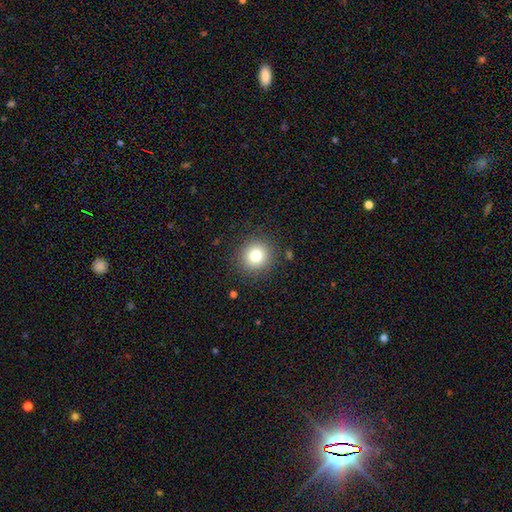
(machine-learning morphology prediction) This appears to be a smooth galaxy with no disk features (78%) that is round (92%). Merging: none (89%).